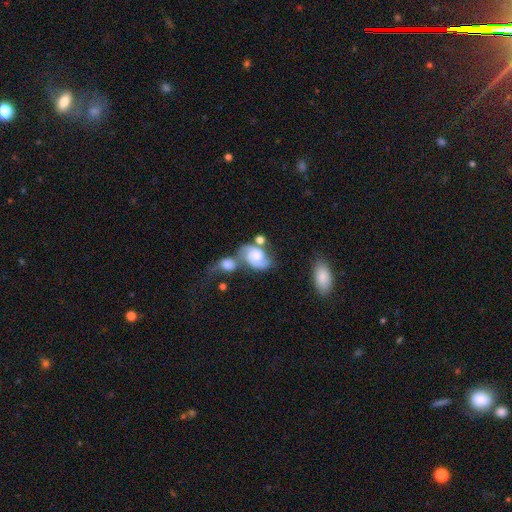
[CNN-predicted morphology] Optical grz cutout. It shows a featured or disk galaxy (78%) with no bar (67%), 2 (88%) medium (48%) spiral arms (95%) and a moderate central bulge (40%). Merging: merger (48%).